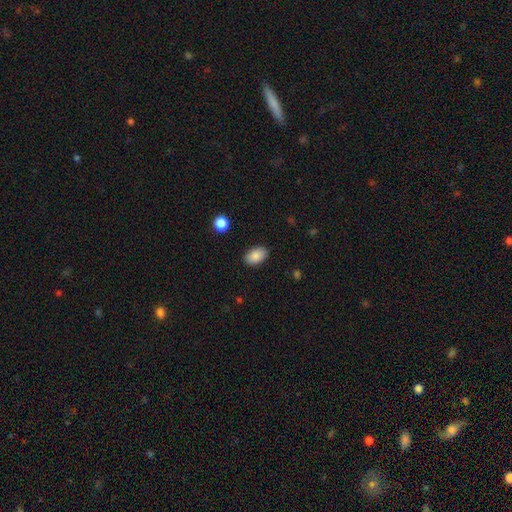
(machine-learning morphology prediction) This is clearly a smooth galaxy (87%). How rounded: clearly in between (90%). Merging: clearly none (88%).